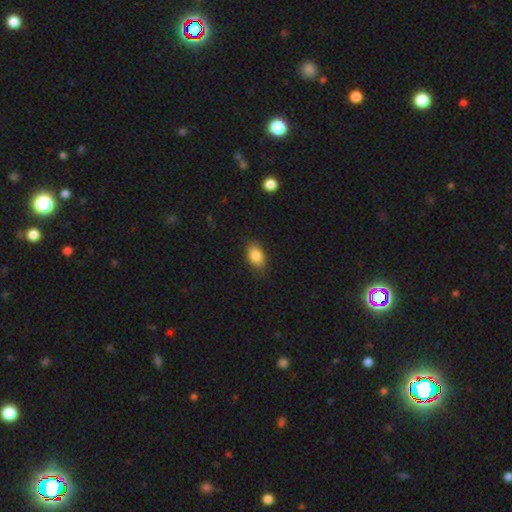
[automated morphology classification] type=smooth (85%); roundness=in between (85%); merging=none (82%).